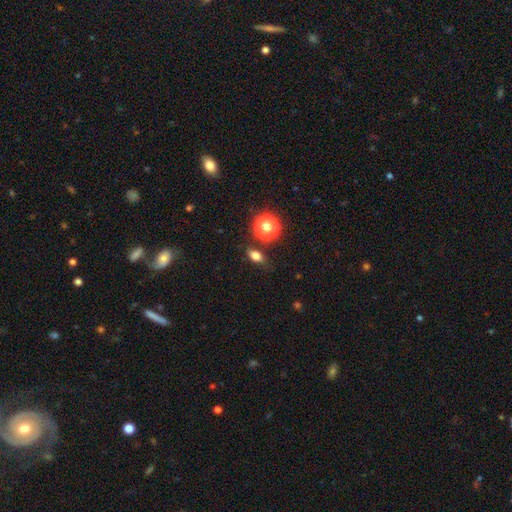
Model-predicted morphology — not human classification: The model was most divided on "how rounded": in between: 72%, round: 22%, cigar-shaped: 6%. More confident: merging — none (80%); smooth or featured — smooth (75%).